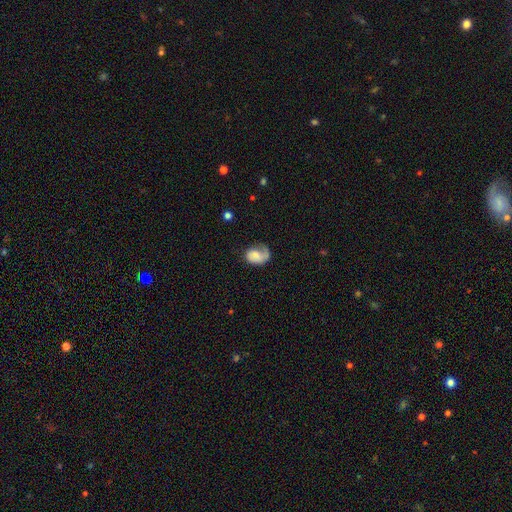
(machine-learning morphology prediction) This appears to be a smooth galaxy with no disk features (50%). Merging: none (40%).